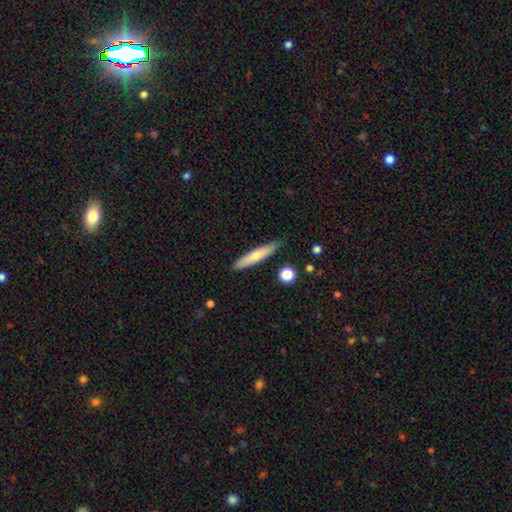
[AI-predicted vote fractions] Smooth or featured? Predicted: smooth (p=0.66). How rounded? Predicted: cigar-shaped (p=0.89). Merging? Predicted: none (p=0.86).